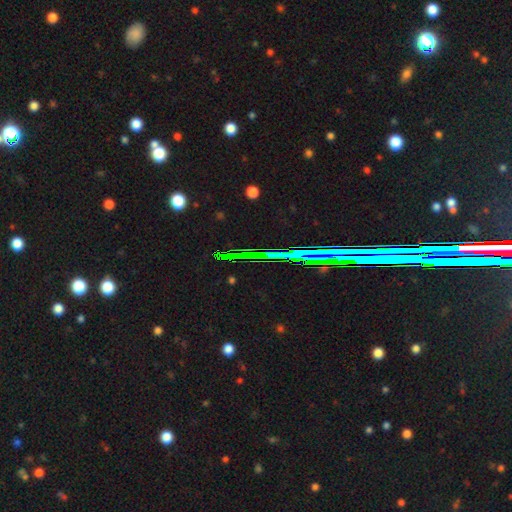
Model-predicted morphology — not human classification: Smooth or featured? star or artifact (76%)